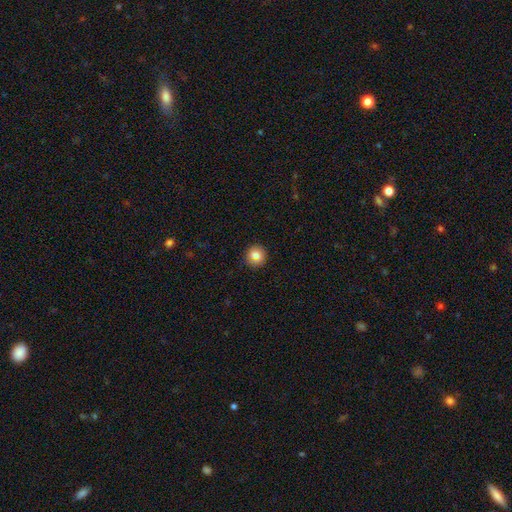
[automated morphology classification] Overall: smooth (81%). How rounded: round (91%). Merging: none (89%).